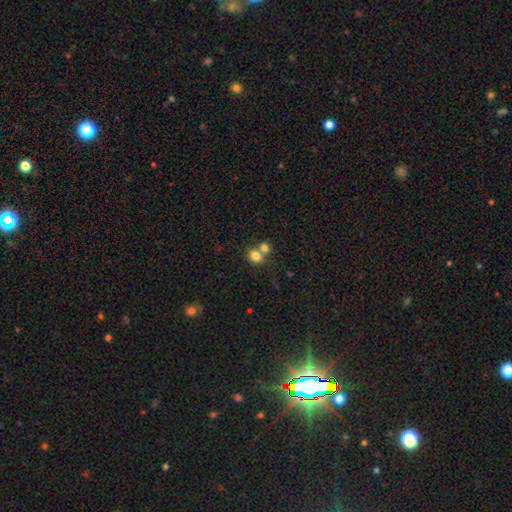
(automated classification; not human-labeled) This appears to be a smooth galaxy with no disk features (80%) that is round (58%). Merging: none (45%).